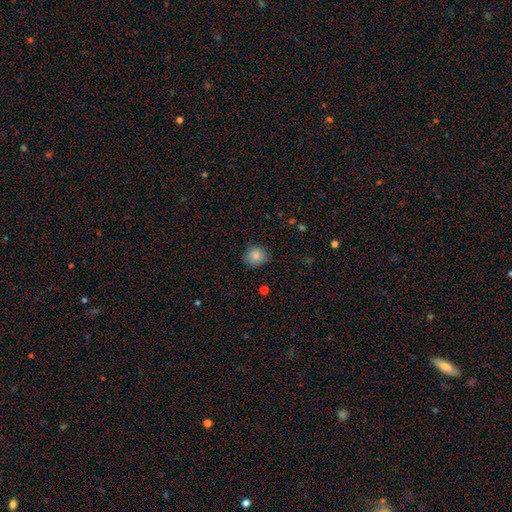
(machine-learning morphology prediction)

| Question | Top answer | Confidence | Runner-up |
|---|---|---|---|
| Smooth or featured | smooth | 85% | star or artifact (9%) |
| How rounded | round | 88% | in between (11%) |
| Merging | none | 85% | minor disturbance (11%) |